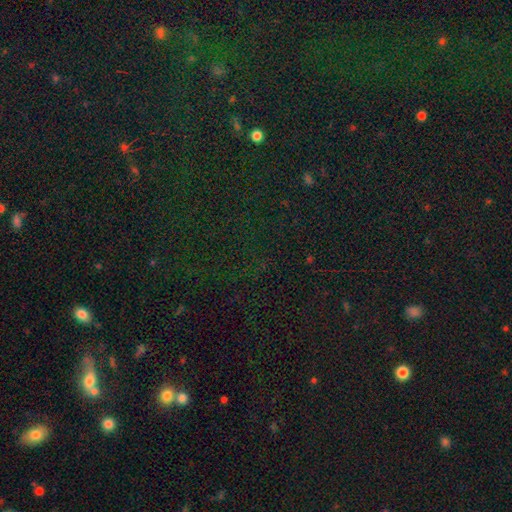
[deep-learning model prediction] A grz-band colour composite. It shows a star or artifact, not a galaxy (76%).